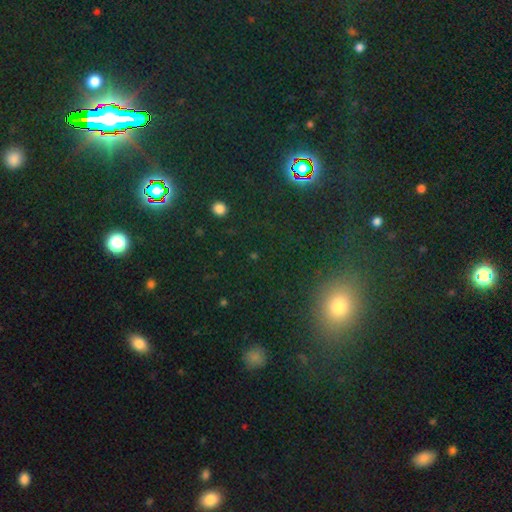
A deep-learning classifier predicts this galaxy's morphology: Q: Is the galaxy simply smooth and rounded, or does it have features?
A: star or artifact — 47%.